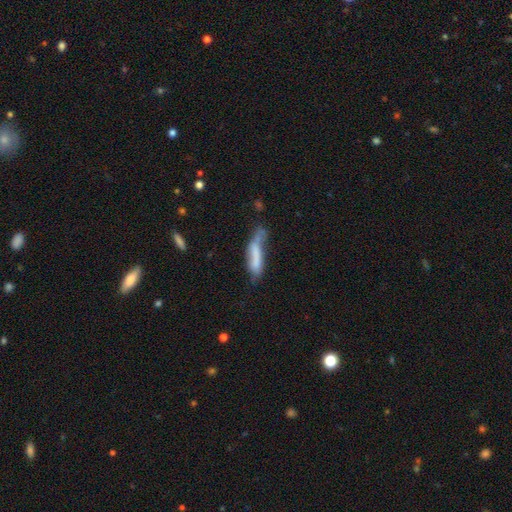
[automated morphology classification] The model was most divided on "merging" (2-way tie): minor disturbance: 31%, none: 31%, major disturbance: 26%, merger: 12%. More confident: how rounded — cigar-shaped (74%); smooth or featured — smooth (63%).